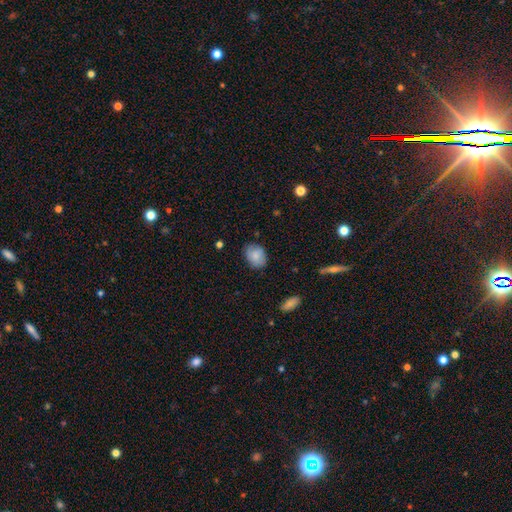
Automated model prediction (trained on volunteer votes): smooth_or_featured: smooth (p=0.83) [alt: featured or disk p=0.10]
how_rounded: in between (p=0.68) [alt: round p=0.31]
merging: none (p=0.80) [alt: minor disturbance p=0.16]